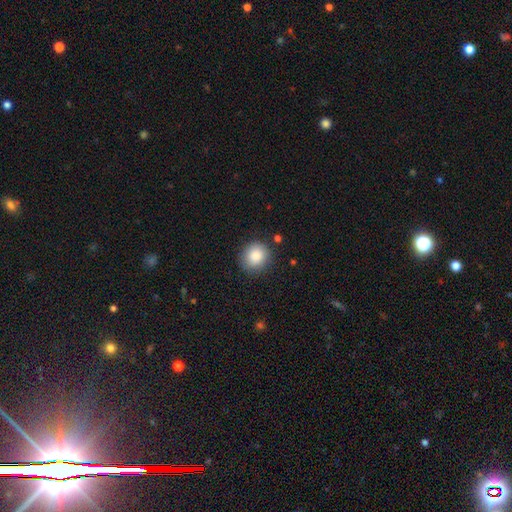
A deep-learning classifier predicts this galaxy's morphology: smooth-or-featured: smooth: 87% | star or artifact: 8% | featured or disk: 5%
  how-rounded: round: 86% | in between: 13% | cigar-shaped: 1%
  merging: none: 85% | minor disturbance: 10% | major disturbance: 3% | merger: 2%